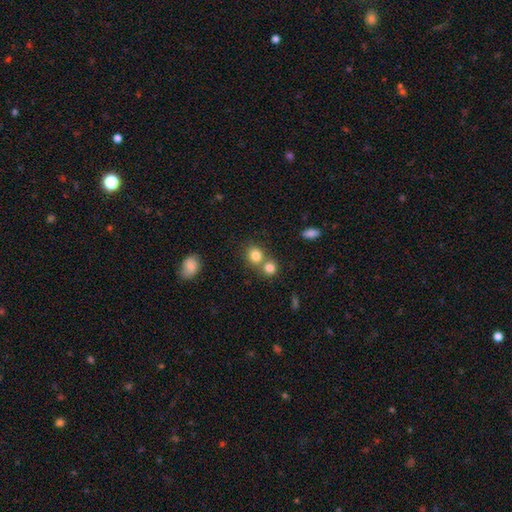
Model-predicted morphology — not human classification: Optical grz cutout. It shows a smooth galaxy with no disk features (81%) that is round (80%). Merging: none (53%).